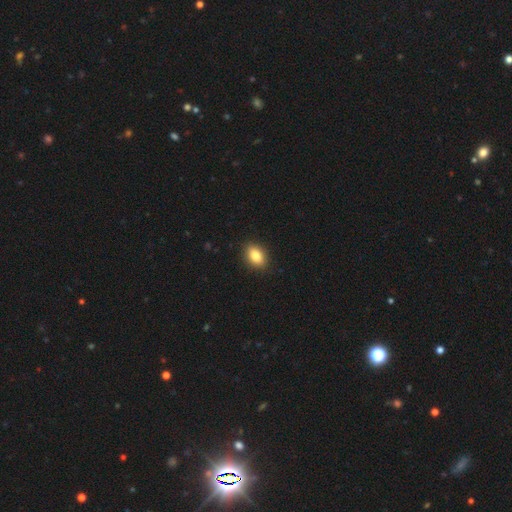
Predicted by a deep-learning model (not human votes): A smooth galaxy with no disk features (85%) that is in between round and cigar-shaped (81%). Merging: none (90%).